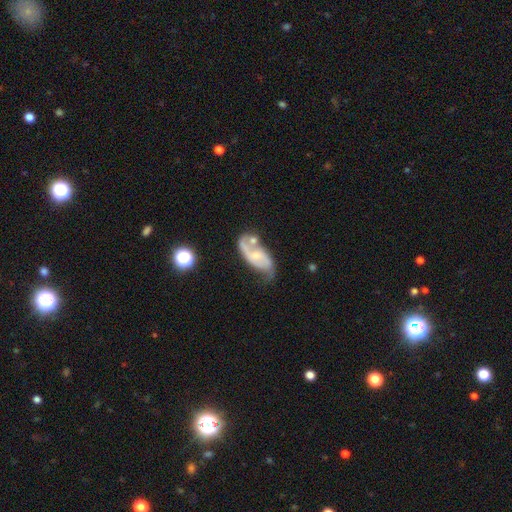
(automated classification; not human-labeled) Smooth or featured?
  - featured or disk: 77% *
  - smooth: 16%
  - star or artifact: 7%
Edge-on disk?
  - no: 96% *
  - yes: 4%
Bar?
  - no: 52% *
  - weak: 37%
  - strong: 11%
Spiral arms?
  - yes: 91% *
  - no: 9%
Spiral winding?
  - loose: 51% *
  - medium: 37%
  - tight: 13%
Spiral arm count?
  - 2: 83% *
  - can't tell: 7%
  - 1: 7%
  - 3: 1%
  - 4: 1%
  - more than 4: 1%
Bulge size?
  - small: 57% *
  - moderate: 33%
  - none: 7%
  - large: 2%
  - dominant: 1%
Merging?
  - none: 40% *
  - minor disturbance: 23%
  - merger: 20%
  - major disturbance: 16%